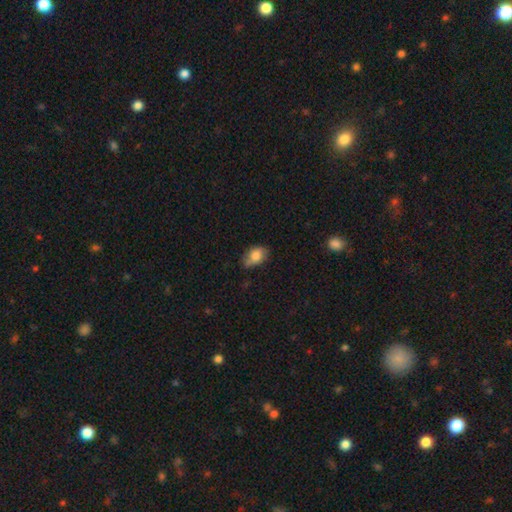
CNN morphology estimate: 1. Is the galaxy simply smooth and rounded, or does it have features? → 79% smooth, 13% featured or disk, 8% star or artifact.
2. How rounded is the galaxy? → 81% in between, 17% round, 2% cigar-shaped.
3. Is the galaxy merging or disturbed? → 60% none, 31% minor disturbance, 6% major disturbance, 3% merger.